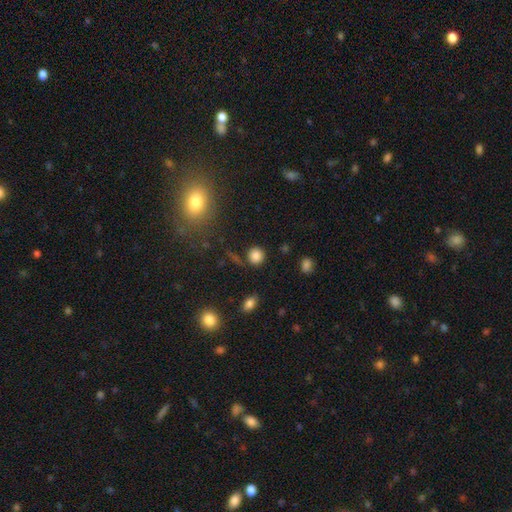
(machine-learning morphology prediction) Smooth or featured?
  - smooth: 83% *
  - star or artifact: 12%
  - featured or disk: 5%
How rounded?
  - round: 87% *
  - in between: 12%
  - cigar-shaped: 1%
Merging?
  - none: 82% *
  - minor disturbance: 10%
  - merger: 4%
  - major disturbance: 4%